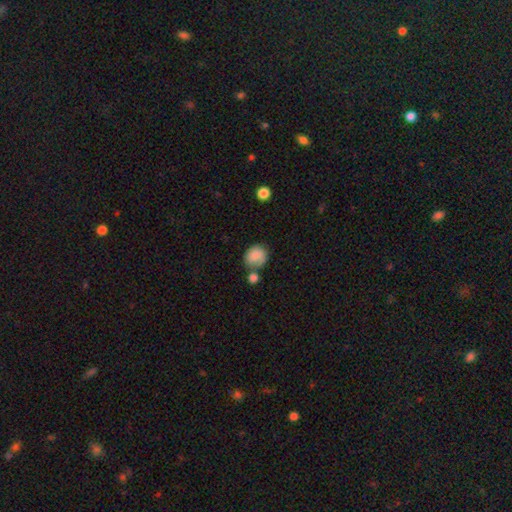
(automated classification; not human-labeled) A smooth galaxy with no disk features (81%) that is round (65%). Merging: none (45%).